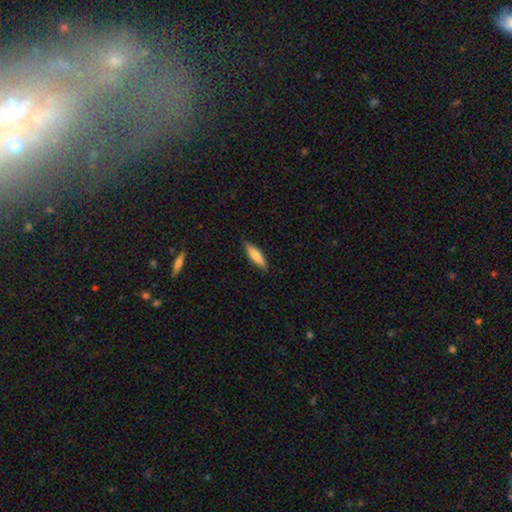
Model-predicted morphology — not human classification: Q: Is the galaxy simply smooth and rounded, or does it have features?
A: smooth — 74%.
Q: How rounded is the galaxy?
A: cigar-shaped — 67%.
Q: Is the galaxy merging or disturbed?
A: none — 87%.